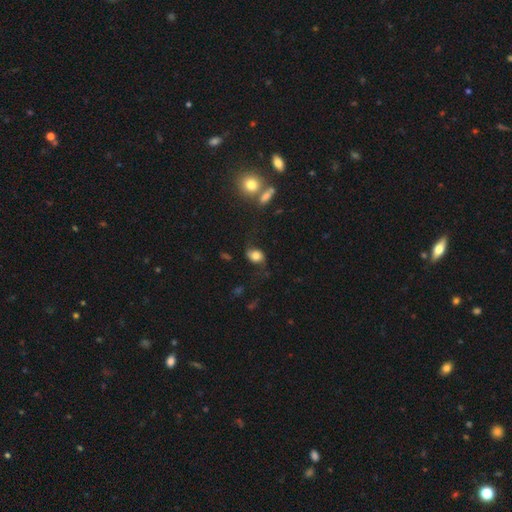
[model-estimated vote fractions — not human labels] This appears to be a smooth galaxy with no disk features (55%) that is in between round and cigar-shaped (63%). Merging: none (58%).